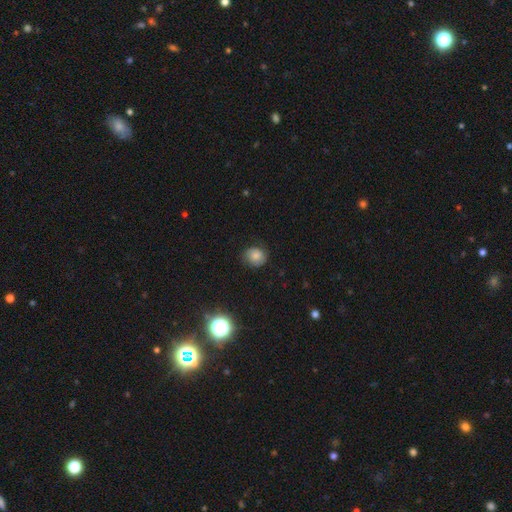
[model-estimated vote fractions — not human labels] smooth_or_featured: smooth (p=0.64) [alt: featured or disk p=0.25]
how_rounded: round (p=0.75) [alt: in between p=0.24]
merging: none (p=0.72) [alt: minor disturbance p=0.20]